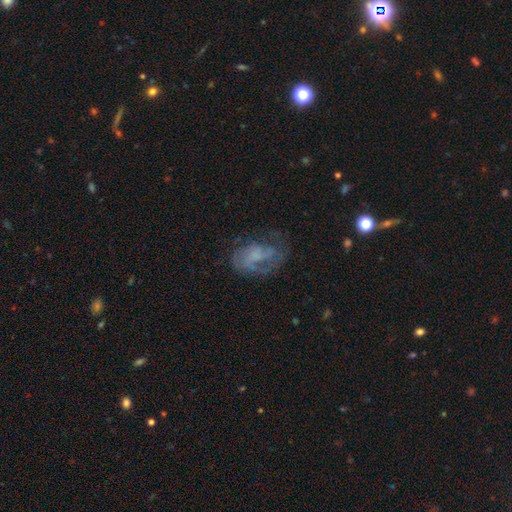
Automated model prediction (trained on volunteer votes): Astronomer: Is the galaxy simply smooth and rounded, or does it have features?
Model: featured or disk — 62%.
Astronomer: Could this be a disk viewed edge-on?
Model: no — 97%.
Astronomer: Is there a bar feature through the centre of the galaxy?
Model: no — 65%.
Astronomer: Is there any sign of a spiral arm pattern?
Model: yes — 75%.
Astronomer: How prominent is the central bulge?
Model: none — 54%.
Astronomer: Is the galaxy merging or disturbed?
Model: none — 49% (runner-up: major disturbance, 25%).